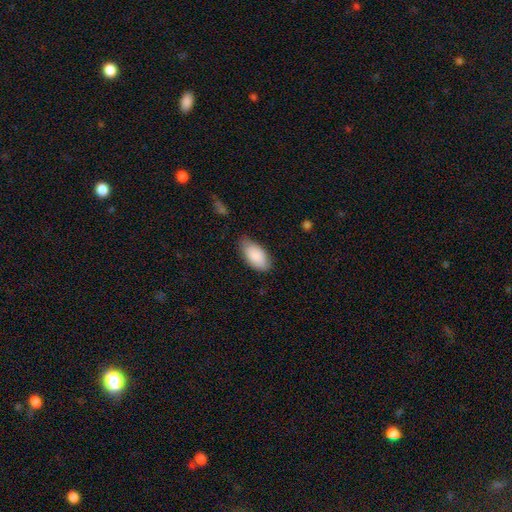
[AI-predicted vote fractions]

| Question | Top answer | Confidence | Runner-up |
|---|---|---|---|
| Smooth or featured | smooth | 88% | featured or disk (6%) |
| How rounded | in between | 94% | cigar-shaped (4%) |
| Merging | none | 75% | minor disturbance (20%) |